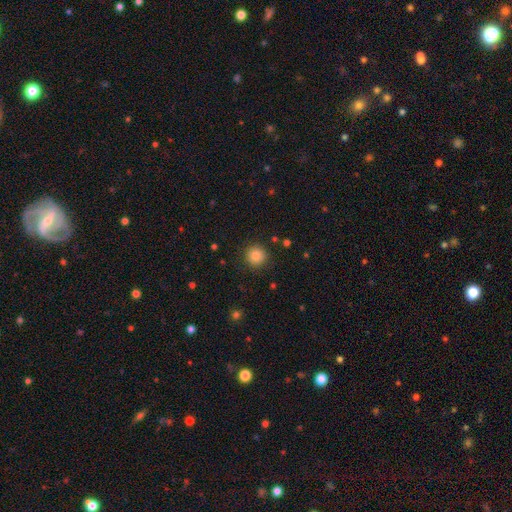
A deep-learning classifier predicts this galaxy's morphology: Q: Smooth or featured?
A: smooth (84%); runner-up: star or artifact (11%)
Q: How rounded?
A: round (95%); runner-up: in between (4%)
Q: Merging?
A: none (90%); runner-up: minor disturbance (6%)